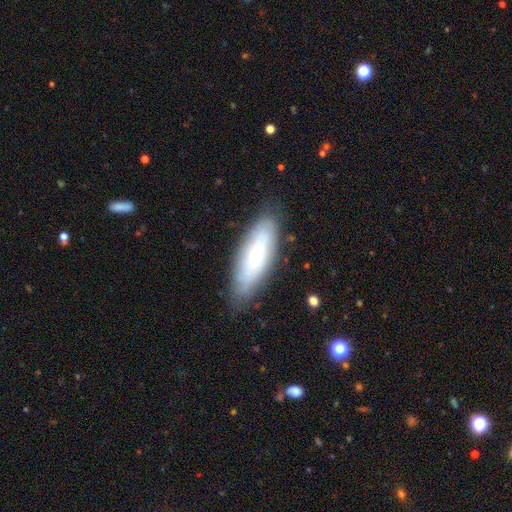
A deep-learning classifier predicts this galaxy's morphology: smooth_or_featured: smooth (p=0.55) [alt: featured or disk p=0.38]
how_rounded: in between (p=0.58) [alt: cigar-shaped p=0.40]
merging: none (p=0.79) [alt: minor disturbance p=0.16]